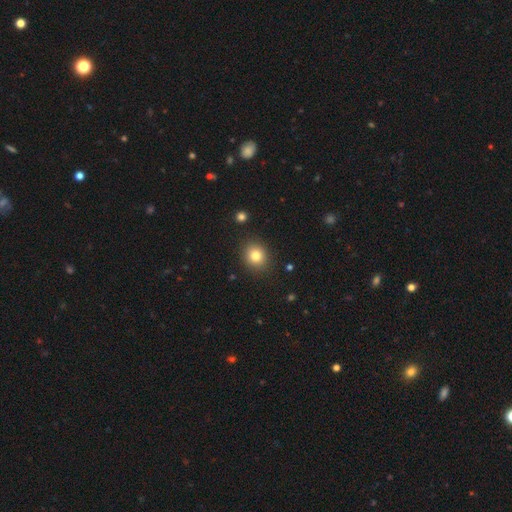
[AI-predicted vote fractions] This is clearly a smooth galaxy (81%). How rounded: likely round (77%). Merging: clearly none (88%).